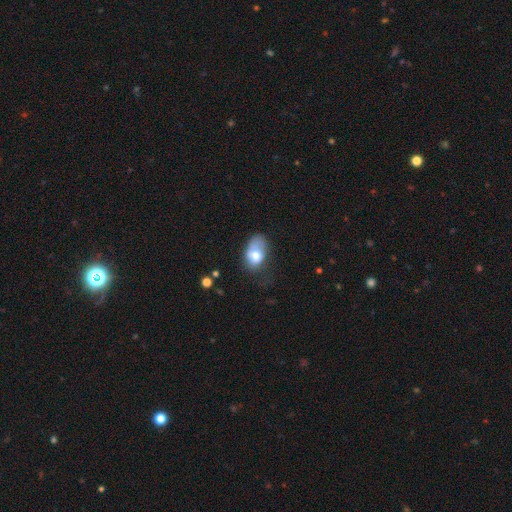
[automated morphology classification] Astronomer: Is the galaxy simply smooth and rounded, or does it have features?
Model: smooth — 71%.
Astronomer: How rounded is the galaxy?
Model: in between — 84%.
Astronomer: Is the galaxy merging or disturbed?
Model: minor disturbance — 35% (runner-up: none, 33%).